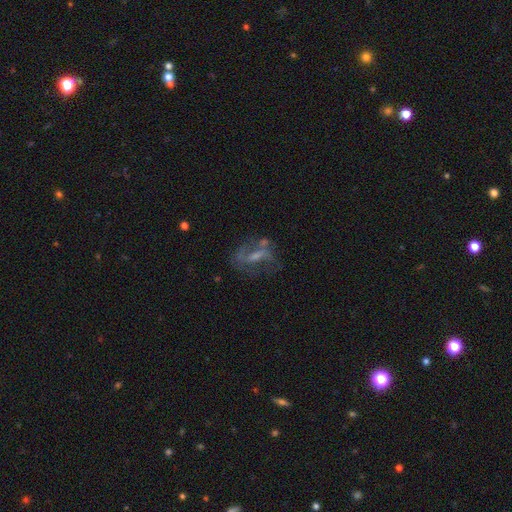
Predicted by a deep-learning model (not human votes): Q: Smooth or featured?
A: featured or disk (67%); runner-up: smooth (19%)
Q: Edge-on disk?
A: no (90%); runner-up: yes (10%)
Q: Bar?
A: weak (44%); runner-up: strong (29%)
Q: Spiral arms?
A: yes (68%); runner-up: no (32%)
Q: Bulge size?
A: small (43%); runner-up: moderate (30%)
Q: Merging?
A: none (54%); runner-up: major disturbance (20%)